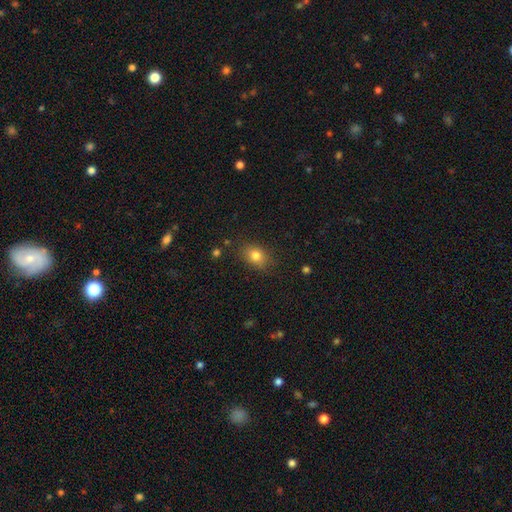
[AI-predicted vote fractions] This is likely a smooth galaxy (80%). How rounded: likely in between (64%). Merging: clearly none (81%).